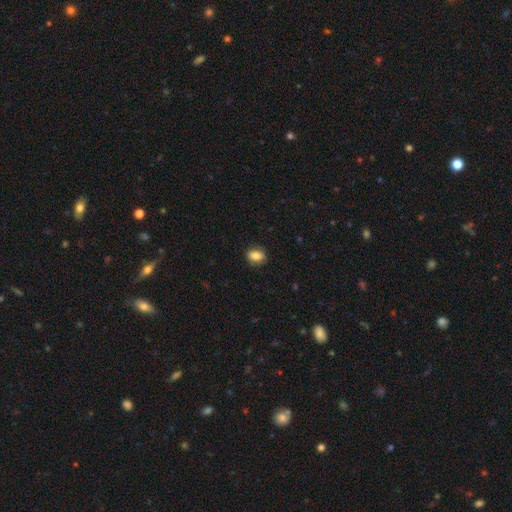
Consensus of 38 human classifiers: This appears to be a smooth galaxy with no disk features (82%) that is in between round and cigar-shaped (74%). Merging: none (78%).